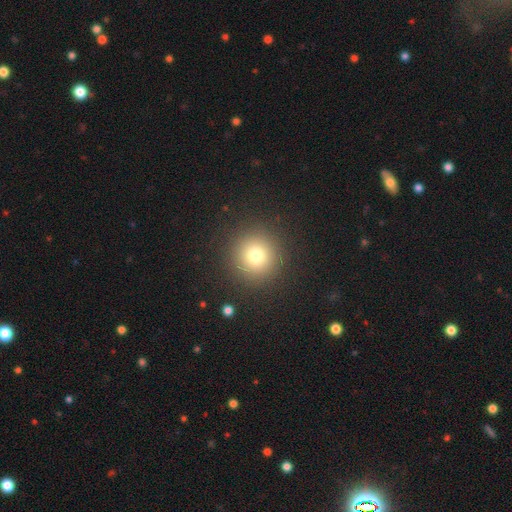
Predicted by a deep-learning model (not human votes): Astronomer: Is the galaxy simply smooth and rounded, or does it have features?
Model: smooth — 76%.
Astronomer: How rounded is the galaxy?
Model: round — 95%.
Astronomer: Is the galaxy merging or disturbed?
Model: none — 90%.